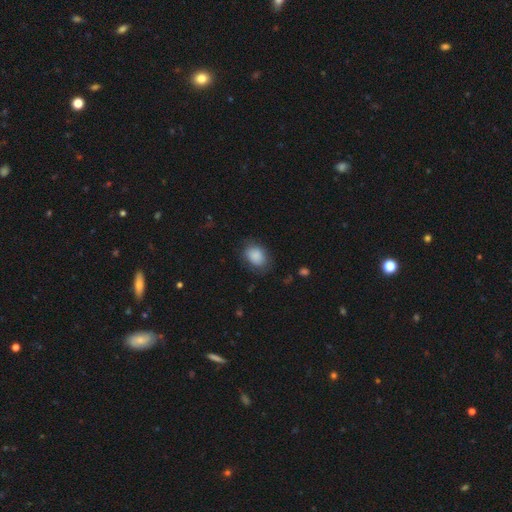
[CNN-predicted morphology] Smooth or featured: smooth — 87% (star or artifact — 7%)
How rounded: in between — 68% (round — 31%)
Merging: none — 74% (minor disturbance — 18%)